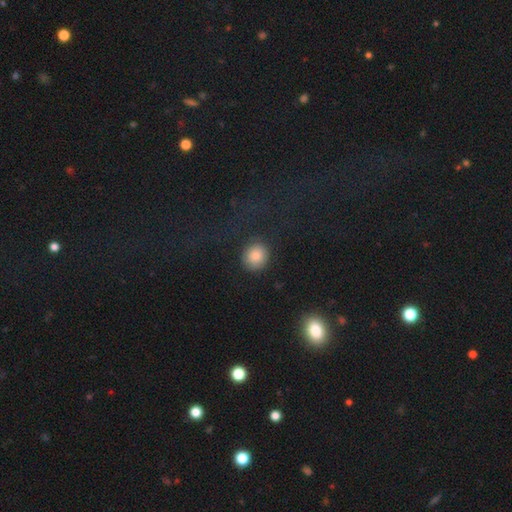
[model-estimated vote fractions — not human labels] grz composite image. It shows a smooth galaxy with no disk features (84%) that is round (81%). Merging: none (82%).